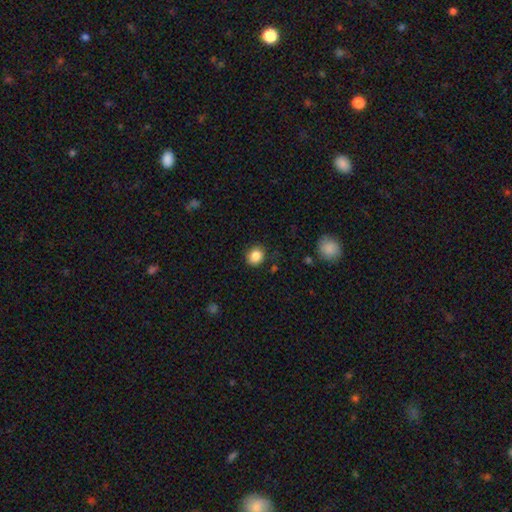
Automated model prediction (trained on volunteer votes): Overall: smooth (85%). How rounded: round (70%). Merging: none (83%).